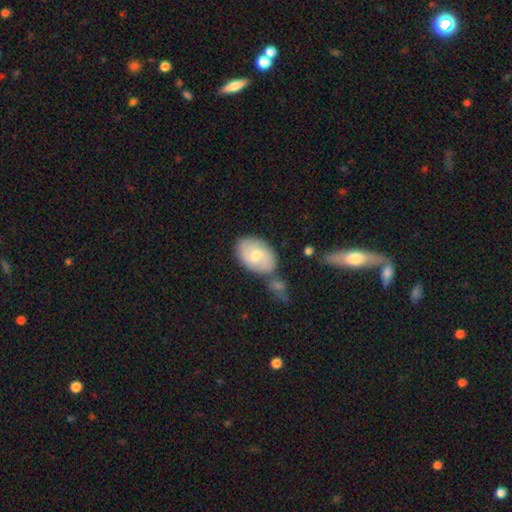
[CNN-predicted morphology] Smooth or featured: smooth — 53% (featured or disk — 41%)
How rounded: in between — 85% (round — 13%)
Merging: none — 62% (merger — 18%)